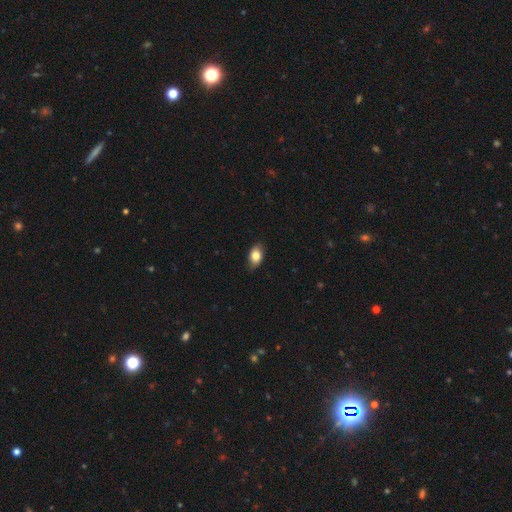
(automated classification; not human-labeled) Smooth or featured? smooth (81%)
How rounded? in between (84%)
Merging? none (81%)